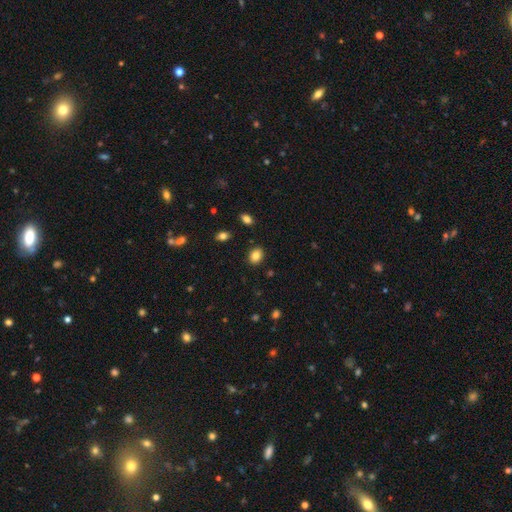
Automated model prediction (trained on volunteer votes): Smooth or featured: smooth — 84% (star or artifact — 10%)
How rounded: in between — 61% (round — 38%)
Merging: none — 87% (minor disturbance — 8%)